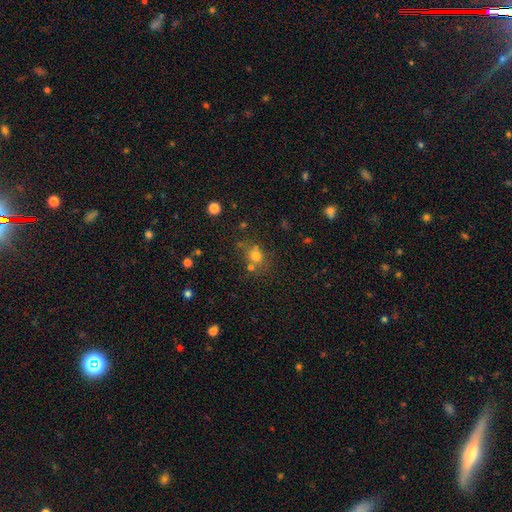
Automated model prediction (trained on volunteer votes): The model was most divided on "merging": none: 59%, merger: 20%, minor disturbance: 14%, major disturbance: 7%. More confident: how rounded — round (73%); smooth or featured — smooth (70%).